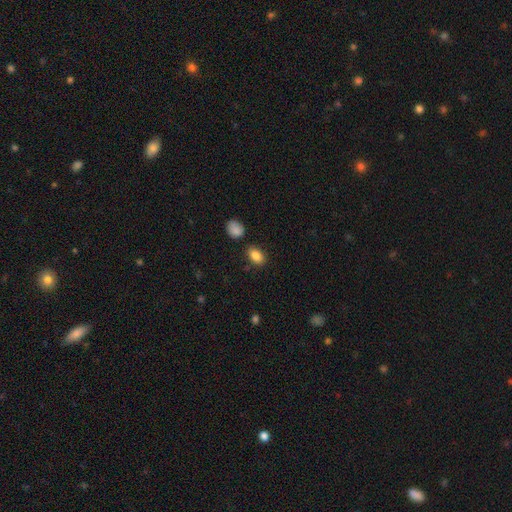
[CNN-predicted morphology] Smooth or featured: smooth — 86% (star or artifact — 8%)
How rounded: in between — 87% (round — 11%)
Merging: none — 83% (minor disturbance — 10%)